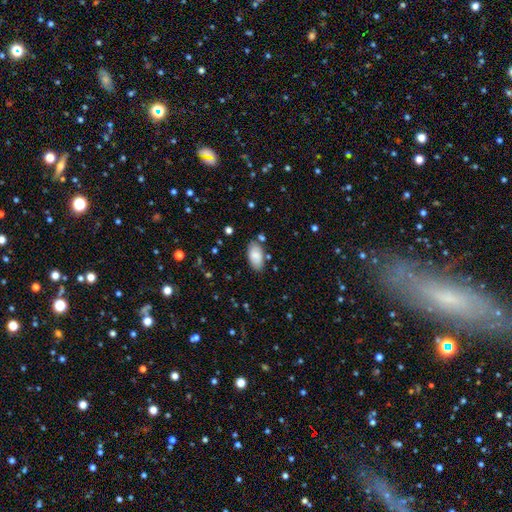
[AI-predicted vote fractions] The model was most divided on "merging": none: 77%, minor disturbance: 16%, merger: 4%, major disturbance: 3%. More confident: how rounded — in between (95%); smooth or featured — smooth (84%).